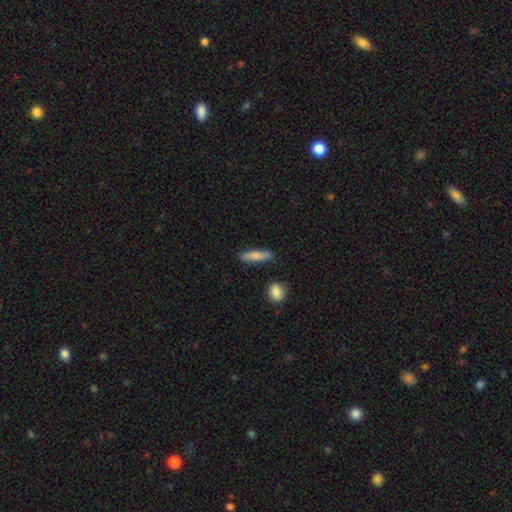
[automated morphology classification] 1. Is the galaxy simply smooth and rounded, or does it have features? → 69% smooth, 25% featured or disk, 6% star or artifact.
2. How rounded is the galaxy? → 73% cigar-shaped, 24% in between, 3% round.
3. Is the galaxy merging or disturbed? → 82% none, 12% minor disturbance, 4% merger, 2% major disturbance.